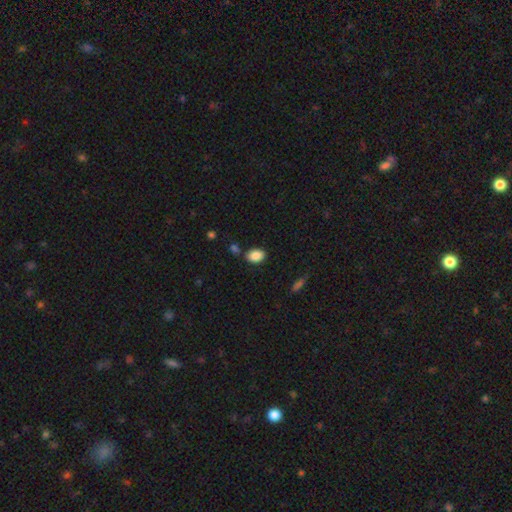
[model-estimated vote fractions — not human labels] Smooth or featured? Predicted: smooth (p=0.88). How rounded? Predicted: in between (p=0.84). Merging? Predicted: none (p=0.77).